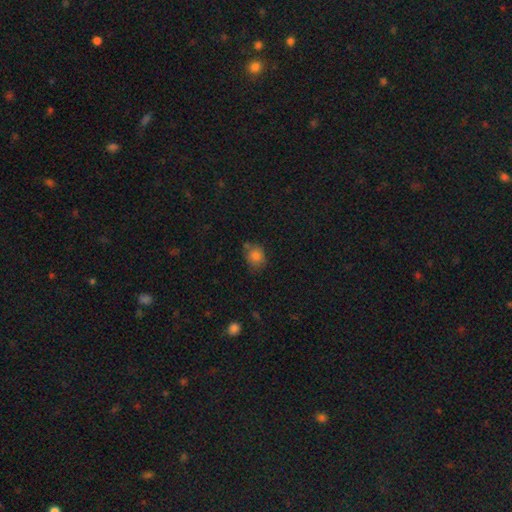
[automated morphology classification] The model was most divided on "merging": none: 60%, minor disturbance: 23%, merger: 11%, major disturbance: 6%. More confident: smooth or featured — smooth (80%); how rounded — round (68%).